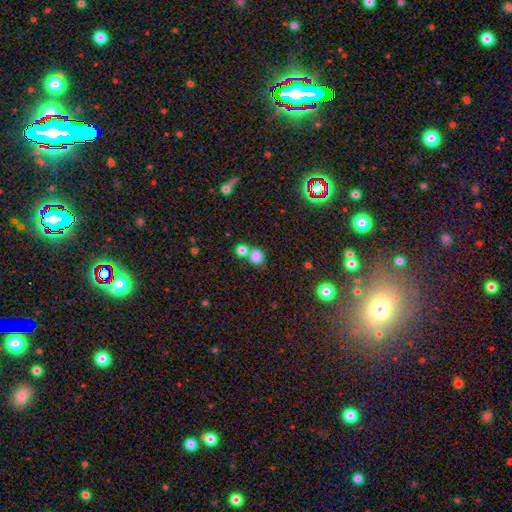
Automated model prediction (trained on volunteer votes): A smooth galaxy with no disk features (81%) that is round (84%). Merging: none (57%).